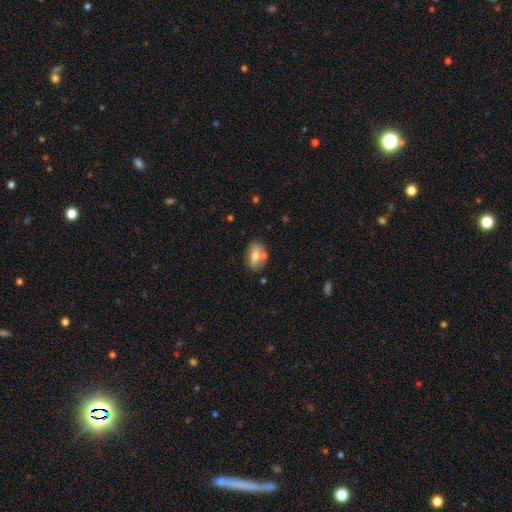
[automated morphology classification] A smooth galaxy with no disk features (64%) that is in between round and cigar-shaped (85%).

Vote fractions:
- Smooth or featured? smooth: 64% / featured or disk: 29% / star or artifact: 7%
- How rounded? in between: 85% / round: 10% / cigar-shaped: 5%
- Merging? none: 66% / minor disturbance: 16% / merger: 14% / major disturbance: 4%